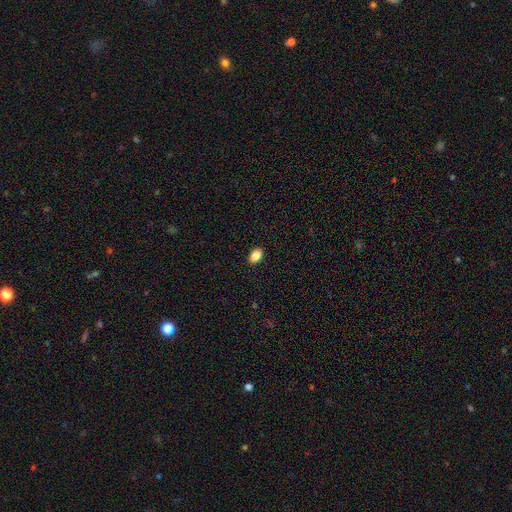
A smooth galaxy with no disk features (87%) that is in between round and cigar-shaped (85%).

Vote fractions:
- Smooth or featured? smooth: 87% / star or artifact: 10% / featured or disk: 3%
- How rounded? in between: 85% / round: 12% / cigar-shaped: 3%
- Merging? none: 94% / minor disturbance: 3% / major disturbance: 3% / merger: 0%